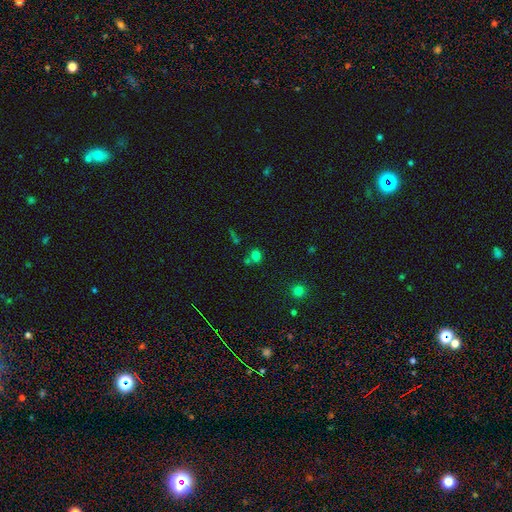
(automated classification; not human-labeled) A smooth galaxy with no disk features (72%) that is round (66%). Merging: none (59%).